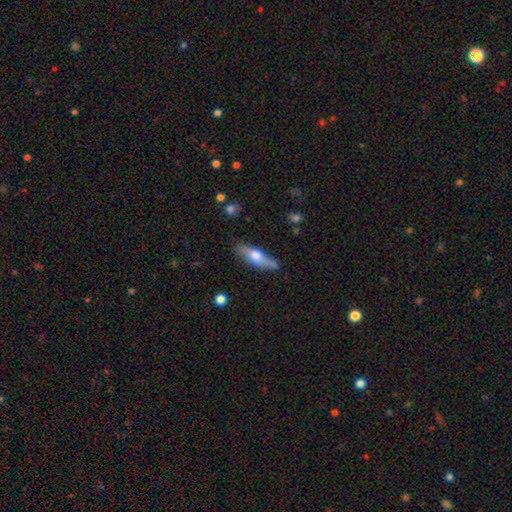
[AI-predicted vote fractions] Smooth or featured: smooth — 51% (featured or disk — 44%)
How rounded: cigar-shaped — 60% (in between — 37%)
Merging: none — 78% (minor disturbance — 16%)